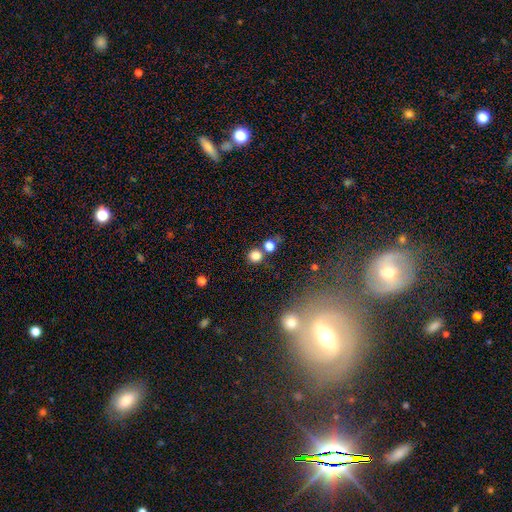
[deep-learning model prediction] Morphology: type=smooth (79%); roundness=round (91%); merging=none (73%).